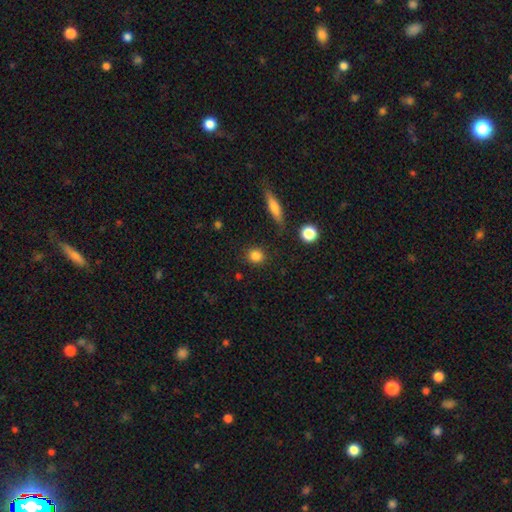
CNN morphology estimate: smooth 85%, star or artifact 10%, featured or disk 5%. Down the decision tree: how rounded — round (82%); merging — none (87%).